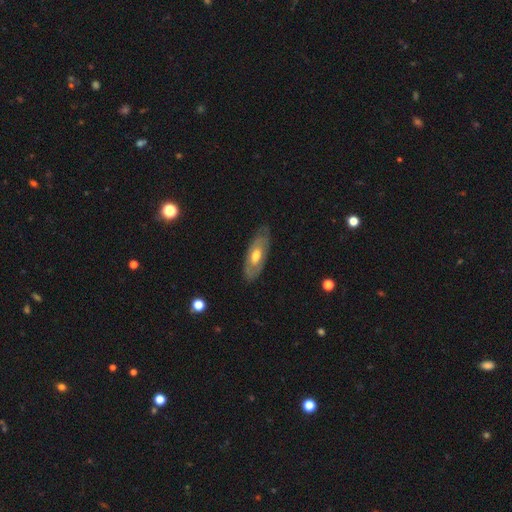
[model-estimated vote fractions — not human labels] featured or disk 54%, smooth 41%, star or artifact 5%. Down the decision tree: edge-on disk — no (77%); merging — none (76%).